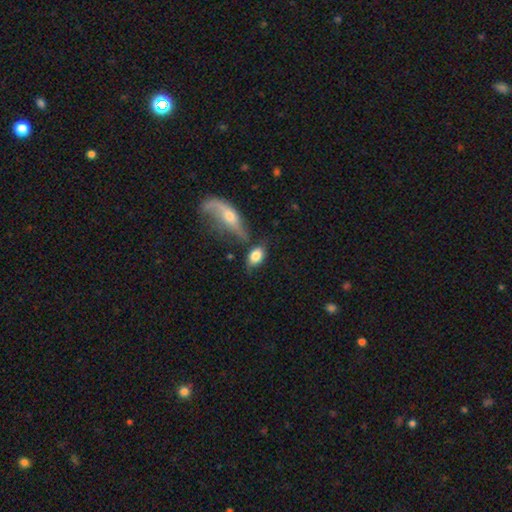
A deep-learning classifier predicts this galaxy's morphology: The model was most divided on "merging": none: 49%, merger: 22%, minor disturbance: 20%, major disturbance: 9%. More confident: how rounded — in between (87%); smooth or featured — smooth (79%).